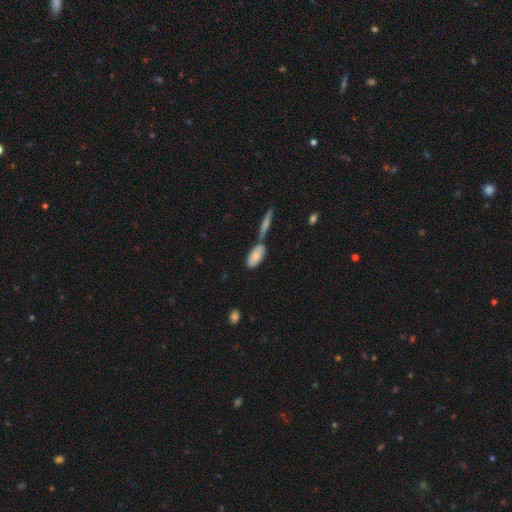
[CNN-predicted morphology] Smooth or featured?
  - smooth: 78% *
  - featured or disk: 16%
  - star or artifact: 6%
How rounded?
  - in between: 86% *
  - cigar-shaped: 12%
  - round: 2%
Merging?
  - none: 47% *
  - merger: 36%
  - minor disturbance: 13%
  - major disturbance: 4%